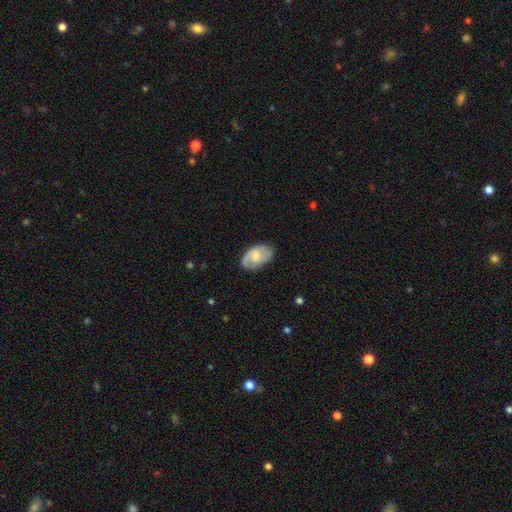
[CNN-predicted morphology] featured or disk 62%, smooth 32%, star or artifact 6%. Down the decision tree: edge-on disk — no (95%); bar — no (56%); spiral arms — yes (89%); spiral arm count — 2 (72%); spiral winding — medium (47%); bulge size — moderate (46%); merging — none (74%).